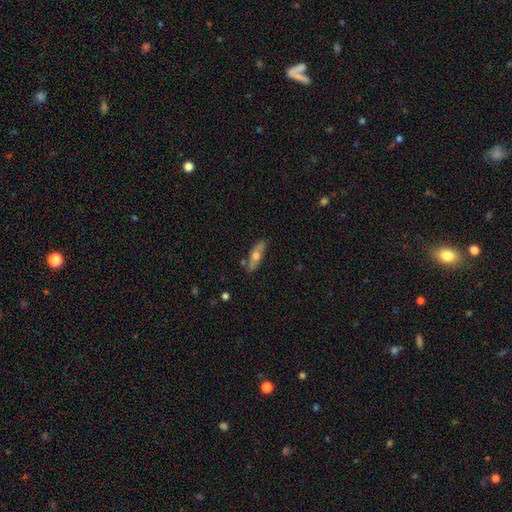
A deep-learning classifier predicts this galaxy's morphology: smooth 52%, featured or disk 42%, star or artifact 6%. Down the decision tree: how rounded — in between (55%); merging — none (79%).